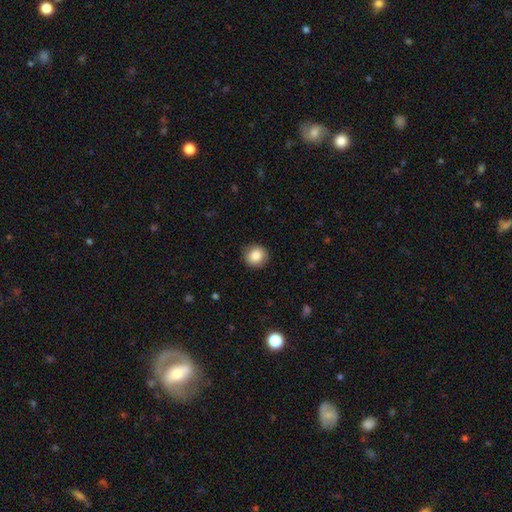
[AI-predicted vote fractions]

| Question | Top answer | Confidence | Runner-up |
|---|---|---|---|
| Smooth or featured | smooth | 86% | star or artifact (8%) |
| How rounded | round | 90% | in between (9%) |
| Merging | none | 87% | minor disturbance (10%) |